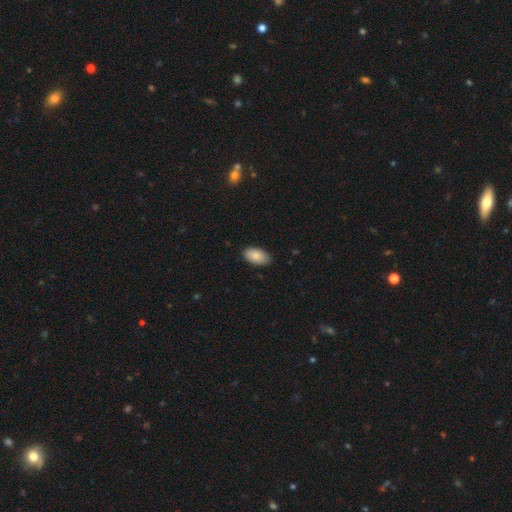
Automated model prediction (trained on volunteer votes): Morphology: type=smooth (87%); roundness=in between (95%); merging=none (84%).